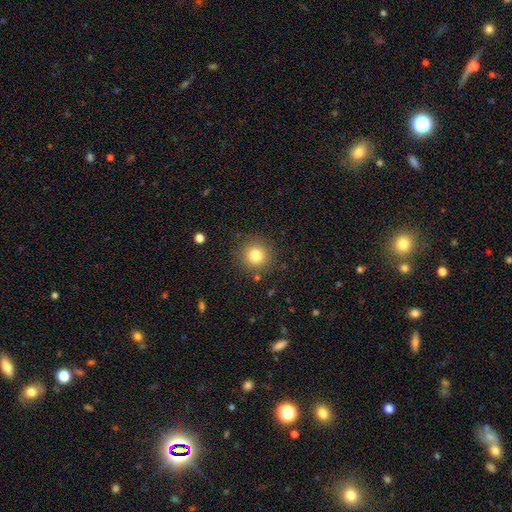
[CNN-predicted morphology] smooth_or_featured: smooth (p=0.80) [alt: star or artifact p=0.12]
how_rounded: round (p=0.94) [alt: in between p=0.05]
merging: none (p=0.87) [alt: minor disturbance p=0.08]